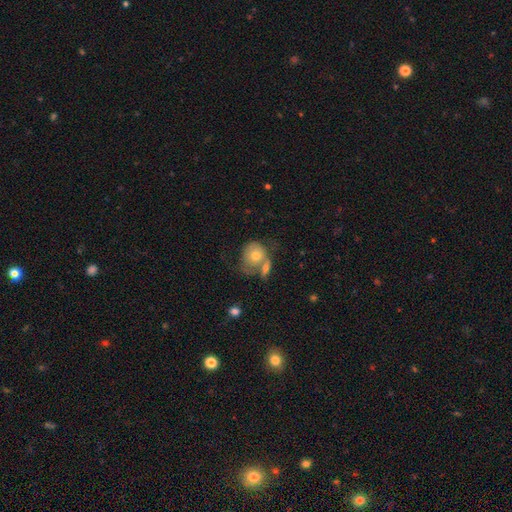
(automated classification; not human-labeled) A smooth galaxy with no disk features (63%) that is round (61%). Merging: merger (47%).